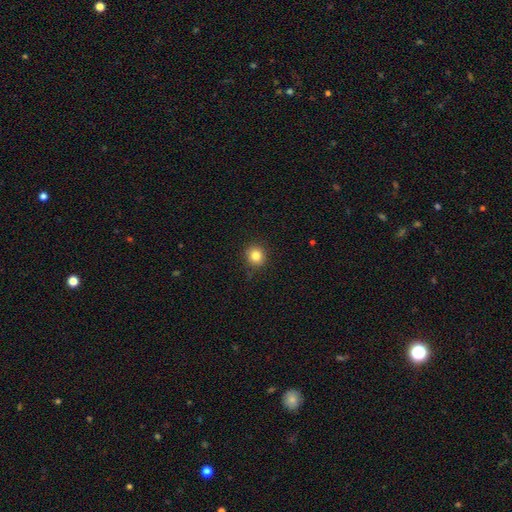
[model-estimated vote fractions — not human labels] Smooth or featured?
  - smooth: 83% *
  - star or artifact: 11%
  - featured or disk: 6%
How rounded?
  - round: 89% *
  - in between: 10%
  - cigar-shaped: 1%
Merging?
  - none: 90% *
  - minor disturbance: 7%
  - major disturbance: 2%
  - merger: 1%